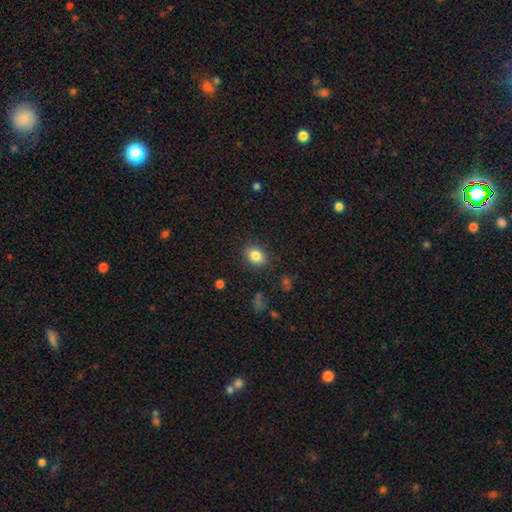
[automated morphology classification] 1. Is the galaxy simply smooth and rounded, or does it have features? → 84% smooth, 9% star or artifact, 7% featured or disk.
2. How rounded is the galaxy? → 73% in between, 26% round, 1% cigar-shaped.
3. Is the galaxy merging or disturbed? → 86% none, 10% minor disturbance, 3% major disturbance, 1% merger.